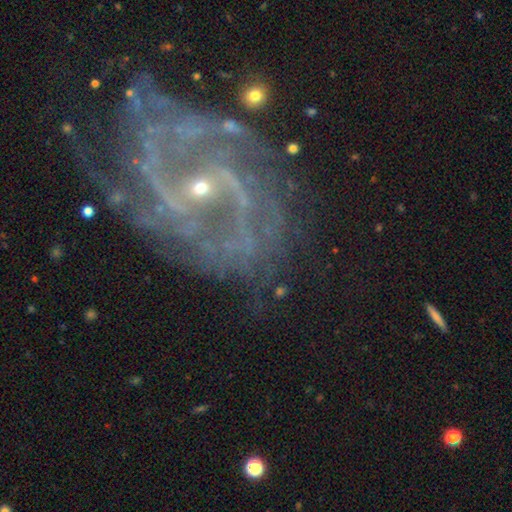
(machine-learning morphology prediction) Q: Smooth or featured?
A: featured or disk (90%); runner-up: star or artifact (7%)
Q: Edge-on disk?
A: no (98%); runner-up: yes (2%)
Q: Bar?
A: no (41%); runner-up: weak (38%)
Q: Spiral arms?
A: yes (98%); runner-up: no (2%)
Q: Spiral winding?
A: medium (52%); runner-up: tight (29%)
Q: Spiral arm count?
A: 2 (60%); runner-up: 3 (11%)
Q: Bulge size?
A: small (83%); runner-up: moderate (12%)
Q: Merging?
A: none (66%); runner-up: minor disturbance (18%)